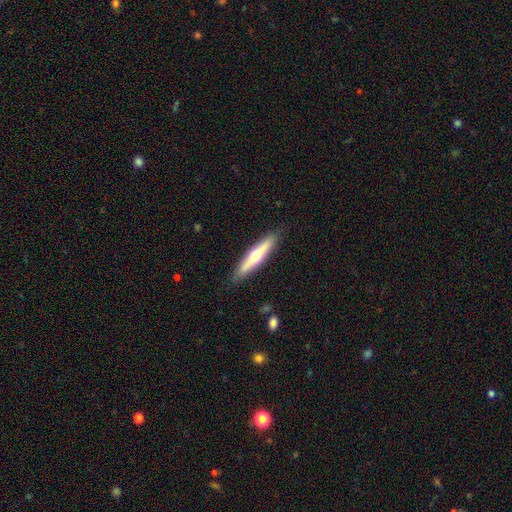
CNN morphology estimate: The model was most divided on "smooth or featured": featured or disk: 55%, smooth: 40%, star or artifact: 5%. More confident: edge-on disk — yes (92%); edge-on bulge — rounded (91%); merging — none (88%).